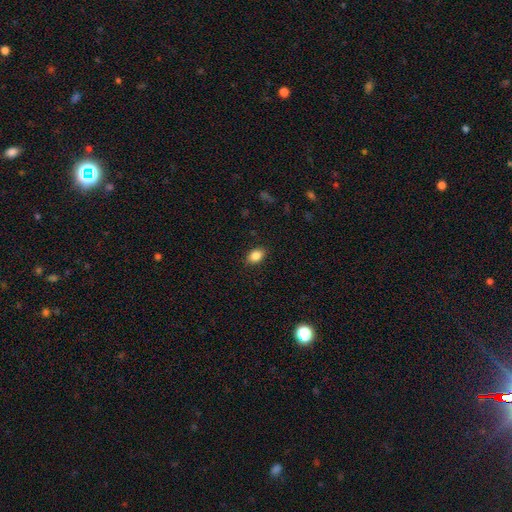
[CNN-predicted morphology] Q: Smooth or featured?
A: smooth (87%); runner-up: star or artifact (9%)
Q: How rounded?
A: in between (80%); runner-up: round (18%)
Q: Merging?
A: none (88%); runner-up: minor disturbance (9%)